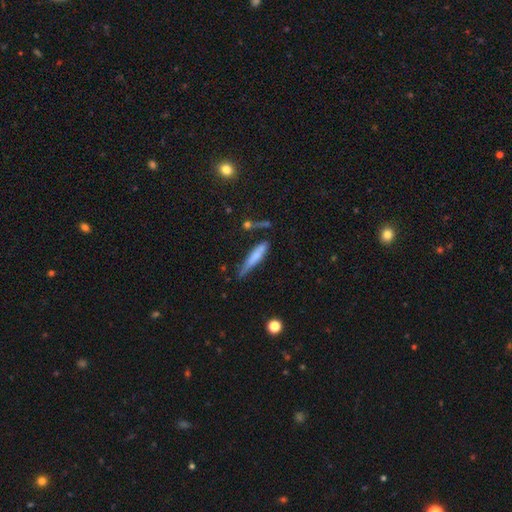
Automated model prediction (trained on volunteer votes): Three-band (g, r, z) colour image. It shows a smooth galaxy with no disk features (65%) that is cigar-shaped (87%). Merging: none (55%).